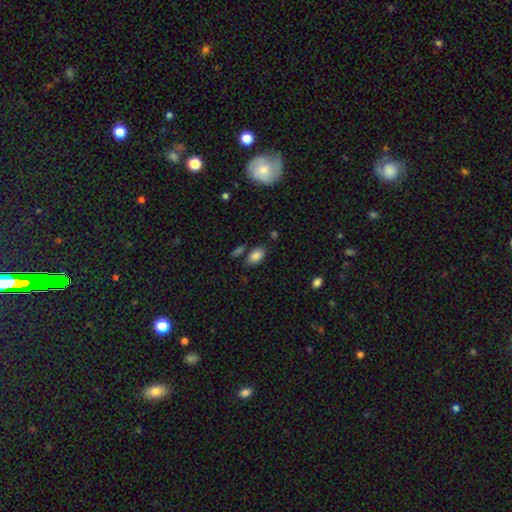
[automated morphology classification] Smooth or featured? smooth (86%)
How rounded? in between (91%)
Merging? none (74%)